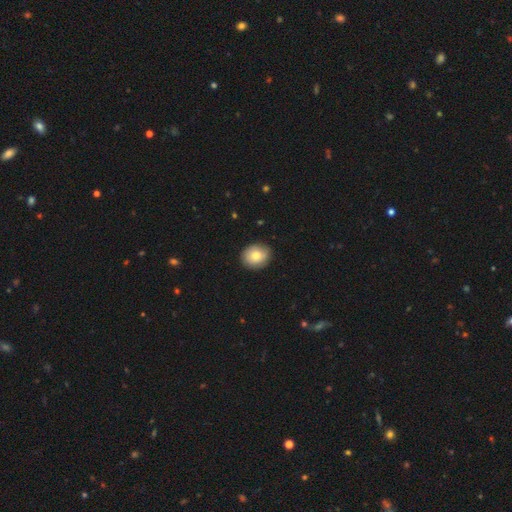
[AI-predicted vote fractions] A smooth galaxy with no disk features (78%) that is round (64%).

Vote fractions:
- Smooth or featured? smooth: 78% / featured or disk: 14% / star or artifact: 7%
- How rounded? round: 64% / in between: 35% / cigar-shaped: 1%
- Merging? none: 85% / minor disturbance: 11% / major disturbance: 2% / merger: 1%